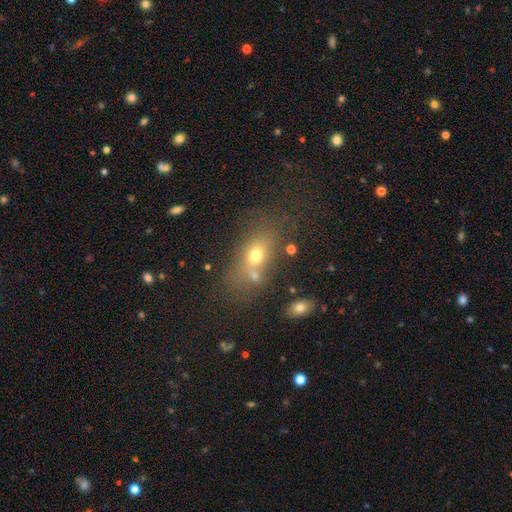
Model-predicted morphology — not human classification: smooth-or-featured: smooth: 63% | featured or disk: 19% | star or artifact: 18%
  how-rounded: in between: 69% | round: 24% | cigar-shaped: 7%
  merging: none: 50% | merger: 27% | minor disturbance: 14% | major disturbance: 9%